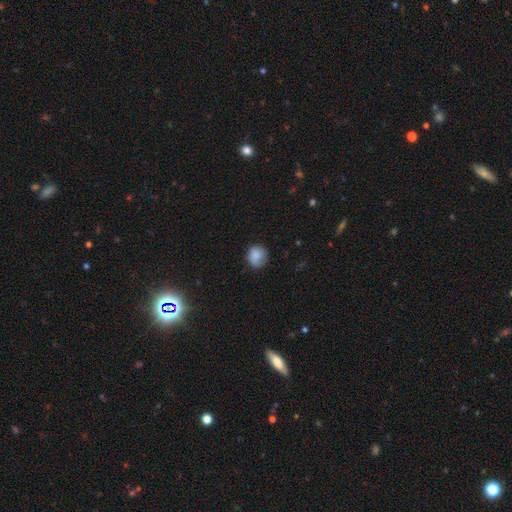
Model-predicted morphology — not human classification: The model was most divided on "merging": none: 72%, minor disturbance: 22%, major disturbance: 5%, merger: 1%. More confident: how rounded — round (85%); smooth or featured — smooth (84%).